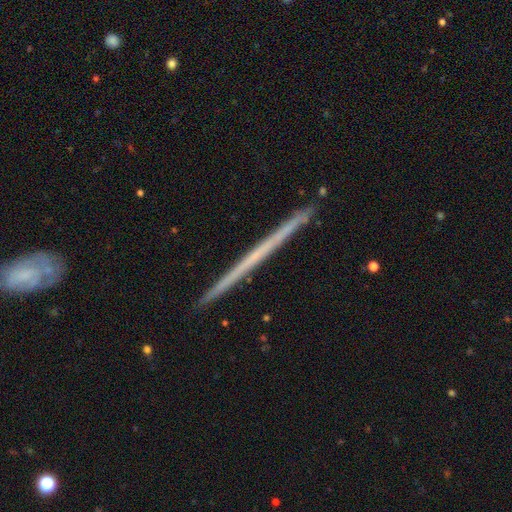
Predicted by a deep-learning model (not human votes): A featured or disk galaxy (66%) viewed edge-on (98%) with no central bulge (89%). Merging: none (91%).